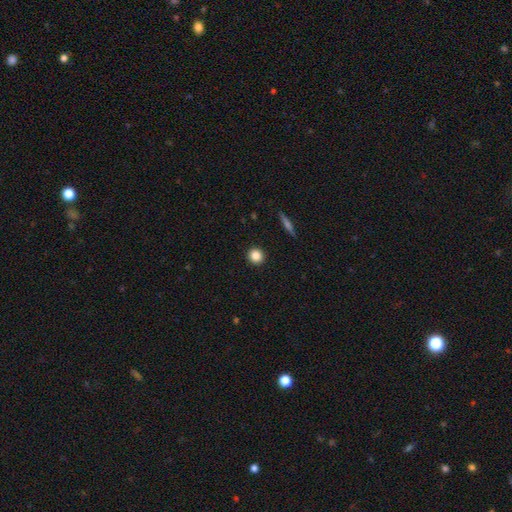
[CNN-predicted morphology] Overall: smooth (84%). How rounded: round (92%). Merging: none (92%).